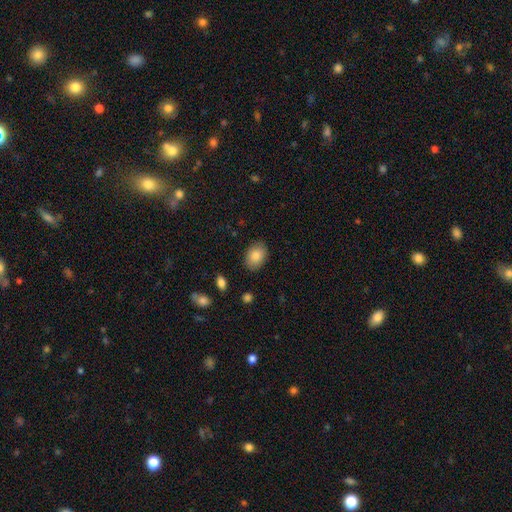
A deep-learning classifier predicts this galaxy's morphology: smooth 85%, featured or disk 8%, star or artifact 7%. Down the decision tree: how rounded — in between (74%); merging — none (86%).